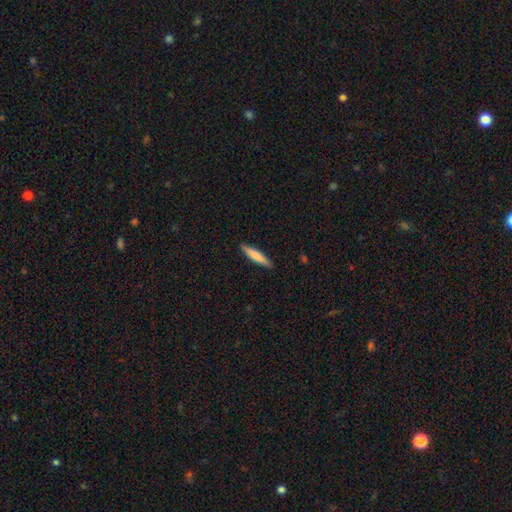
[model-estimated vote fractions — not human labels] Smooth or featured?
  - smooth: 73% *
  - featured or disk: 22%
  - star or artifact: 5%
How rounded?
  - cigar-shaped: 87% *
  - in between: 12%
  - round: 1%
Merging?
  - none: 90% *
  - minor disturbance: 8%
  - major disturbance: 2%
  - merger: 1%